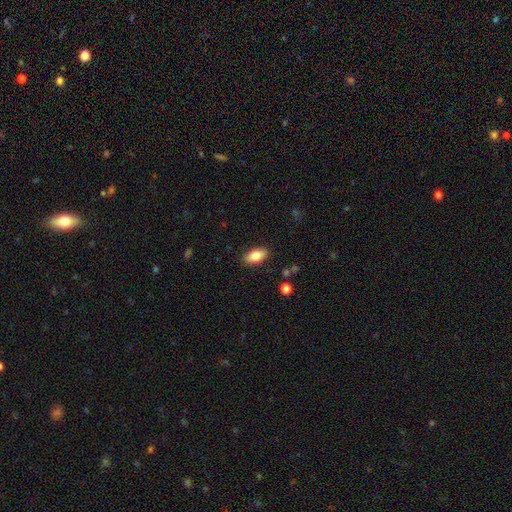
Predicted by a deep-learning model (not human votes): smooth-or-featured: smooth: 82% | featured or disk: 11% | star or artifact: 7%
  how-rounded: in between: 90% | cigar-shaped: 6% | round: 4%
  merging: none: 87% | minor disturbance: 10% | major disturbance: 2% | merger: 1%